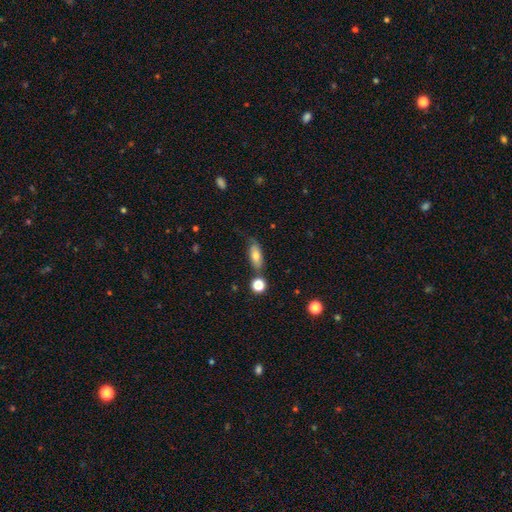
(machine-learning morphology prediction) A smooth galaxy with no disk features (71%) that is in between round and cigar-shaped (73%).

Vote fractions:
- Smooth or featured? smooth: 71% / featured or disk: 21% / star or artifact: 8%
- How rounded? in between: 73% / cigar-shaped: 22% / round: 5%
- Merging? none: 66% / minor disturbance: 20% / merger: 8% / major disturbance: 6%